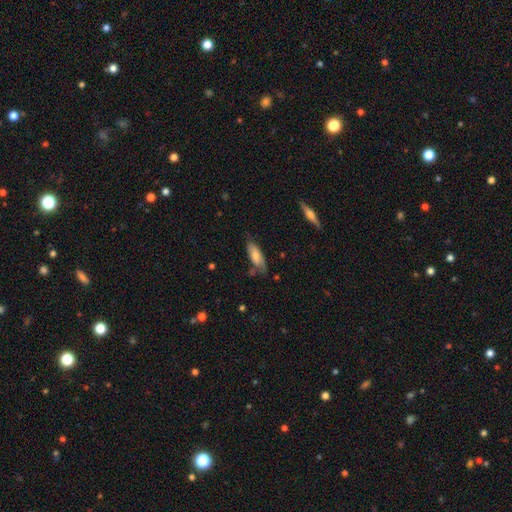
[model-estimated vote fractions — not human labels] The model was most divided on "how rounded": in between: 67%, cigar-shaped: 31%, round: 2%. More confident: smooth or featured — smooth (71%); merging — none (64%).